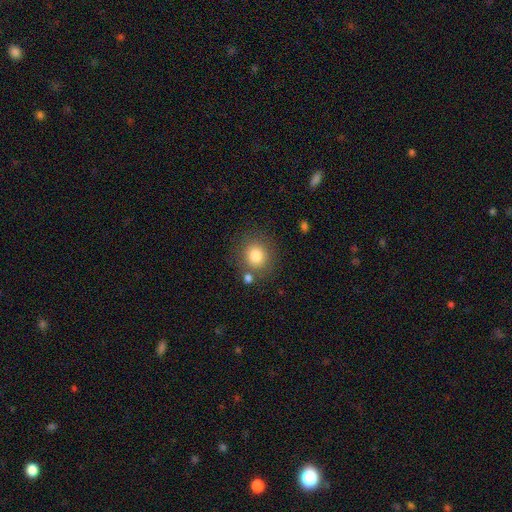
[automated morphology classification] A smooth galaxy with no disk features (81%) that is round (86%). Merging: none (78%).